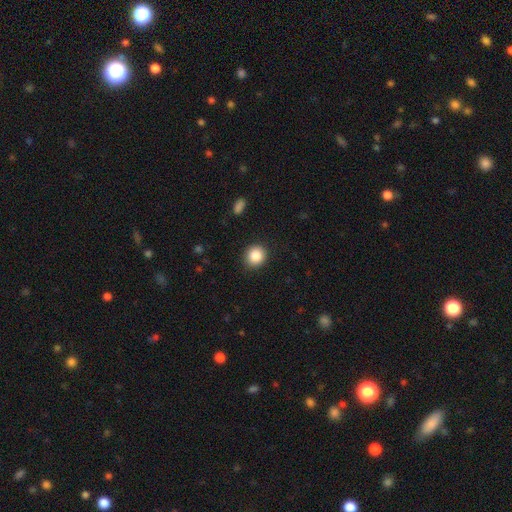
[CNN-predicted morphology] Overall: smooth (86%). How rounded: round (86%). Merging: none (89%).